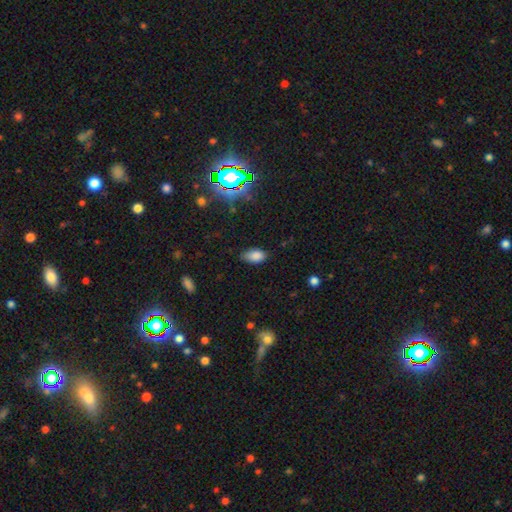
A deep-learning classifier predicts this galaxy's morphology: Smooth or featured: smooth — 83% (star or artifact — 11%)
How rounded: in between — 92% (round — 5%)
Merging: none — 72% (minor disturbance — 23%)